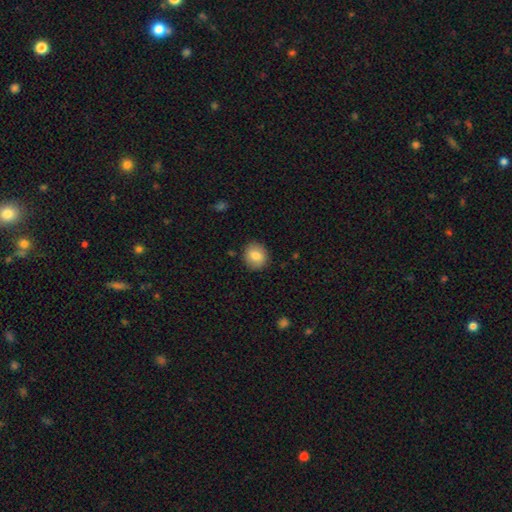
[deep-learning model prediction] Overall: smooth (82%). How rounded: round (76%). Merging: none (88%).